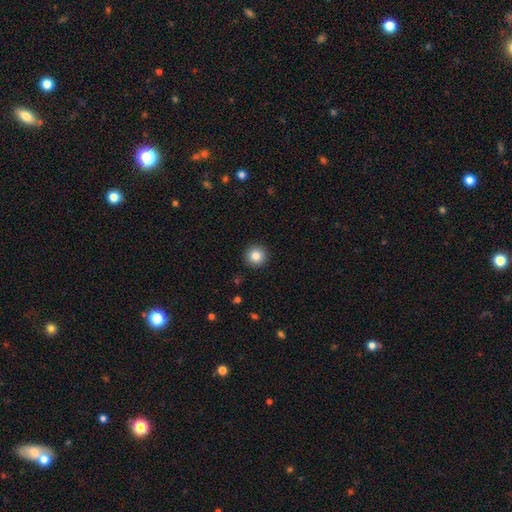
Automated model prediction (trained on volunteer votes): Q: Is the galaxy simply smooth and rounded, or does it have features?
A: smooth — 85%.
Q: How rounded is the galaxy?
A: round — 96%.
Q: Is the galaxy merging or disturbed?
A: none — 93%.